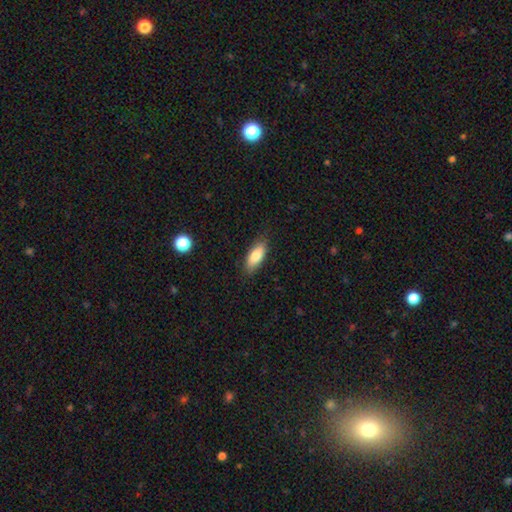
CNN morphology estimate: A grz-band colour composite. It shows a smooth galaxy with no disk features (81%) that is in between round and cigar-shaped (81%). Merging: none (83%).